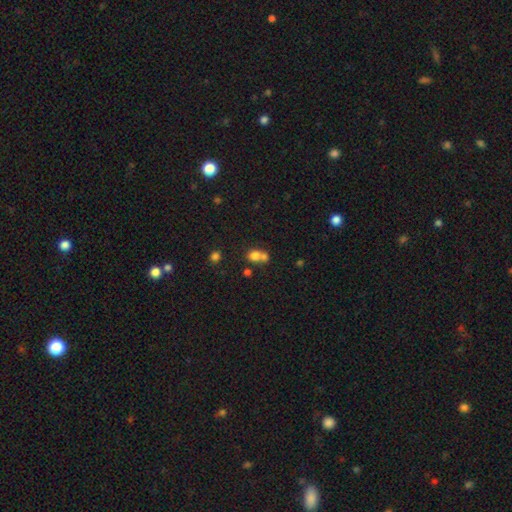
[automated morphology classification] A smooth galaxy with no disk features (75%) that is round (66%). Merging: merger (56%).